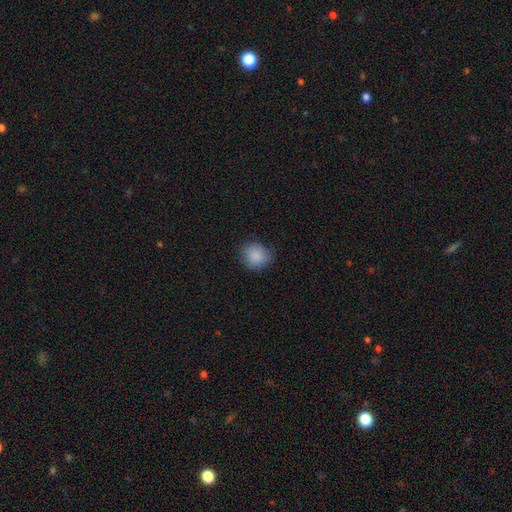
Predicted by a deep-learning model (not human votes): Smooth or featured?
  - smooth: 88% *
  - star or artifact: 8%
  - featured or disk: 4%
How rounded?
  - round: 80% *
  - in between: 19%
  - cigar-shaped: 1%
Merging?
  - none: 80% *
  - minor disturbance: 15%
  - major disturbance: 4%
  - merger: 1%